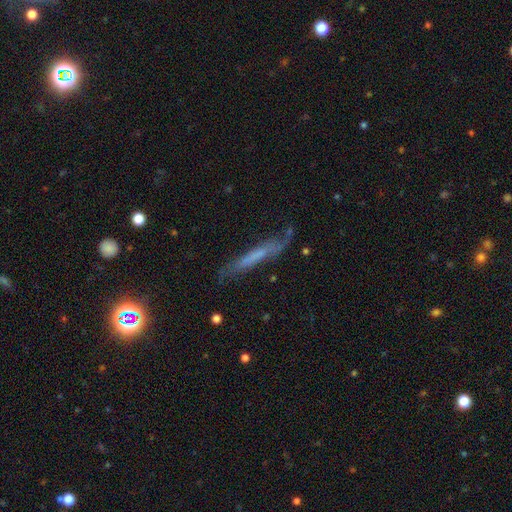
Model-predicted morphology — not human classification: Smooth or featured?
  - featured or disk: 47% *
  - smooth: 42%
  - star or artifact: 10%
Merging?
  - none: 64% *
  - minor disturbance: 24%
  - major disturbance: 9%
  - merger: 3%